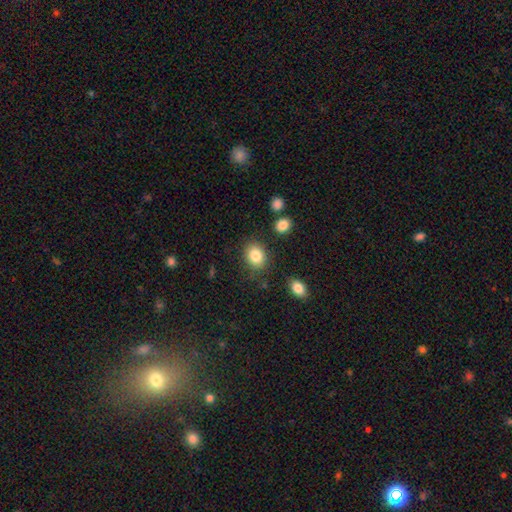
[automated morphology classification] This is clearly a smooth galaxy (84%). How rounded: possibly in between (53%). Merging: clearly none (82%).